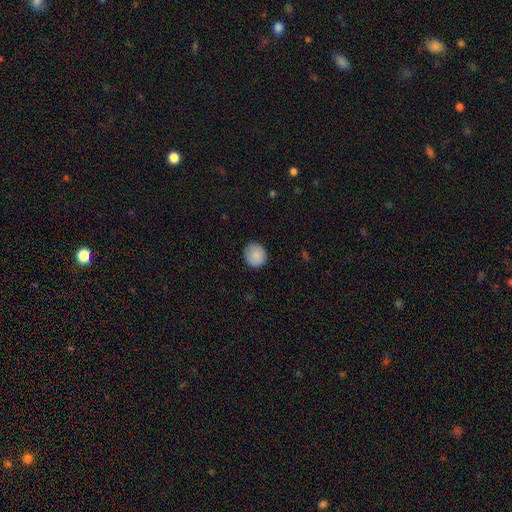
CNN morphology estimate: type=smooth (88%); roundness=round (88%); merging=none (88%).